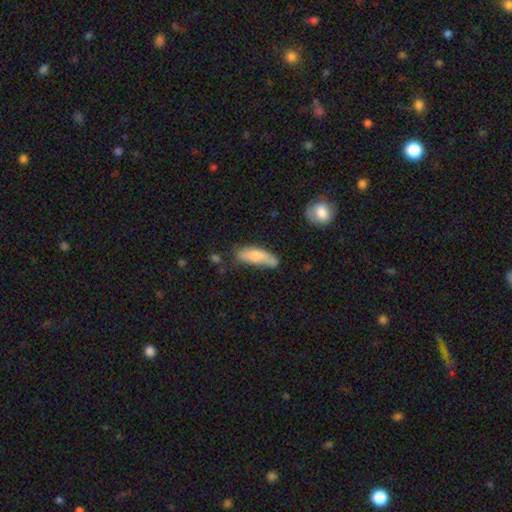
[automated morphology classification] smooth-or-featured: smooth: 69% | featured or disk: 24% | star or artifact: 7%
  how-rounded: in between: 53% | cigar-shaped: 45% | round: 2%
  merging: none: 46% | minor disturbance: 33% | major disturbance: 11% | merger: 10%